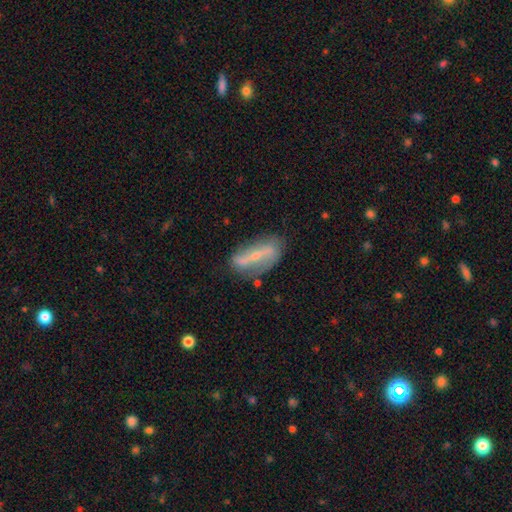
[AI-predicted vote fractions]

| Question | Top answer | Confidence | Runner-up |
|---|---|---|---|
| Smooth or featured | featured or disk | 73% | smooth (20%) |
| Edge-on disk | no | 82% | yes (18%) |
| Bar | strong | 60% | weak (23%) |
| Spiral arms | yes | 75% | no (25%) |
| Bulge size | small | 71% | moderate (23%) |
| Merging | none | 73% | minor disturbance (18%) |